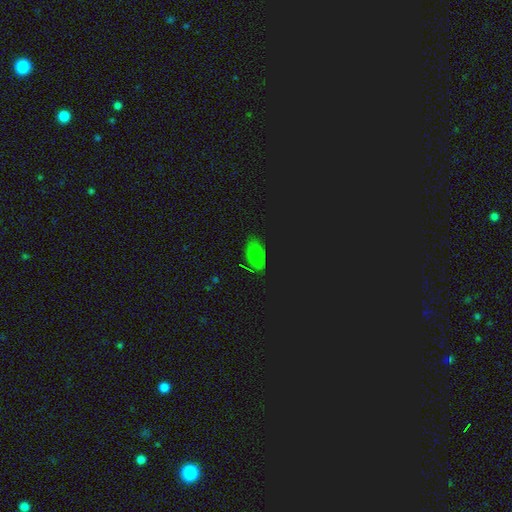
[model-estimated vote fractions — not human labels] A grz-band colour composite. It shows a smooth galaxy with no disk features (63%) that is in between round and cigar-shaped (90%). Merging: none (79%).